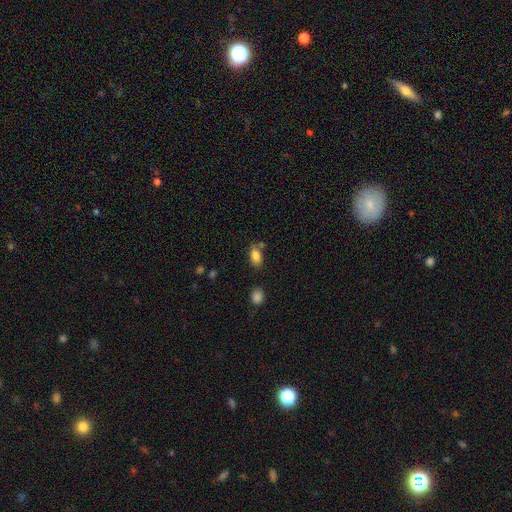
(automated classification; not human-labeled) This appears to be a smooth galaxy with no disk features (84%) that is in between round and cigar-shaped (90%). Merging: none (69%).